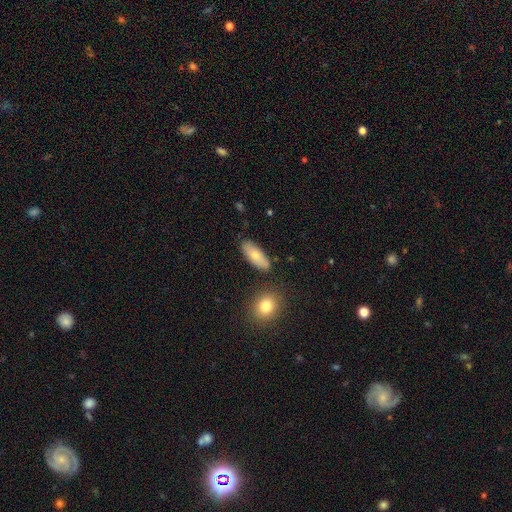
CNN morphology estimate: The model was most divided on "smooth or featured": smooth: 71%, featured or disk: 22%, star or artifact: 7%. More confident: merging — none (81%); how rounded — in between (77%).